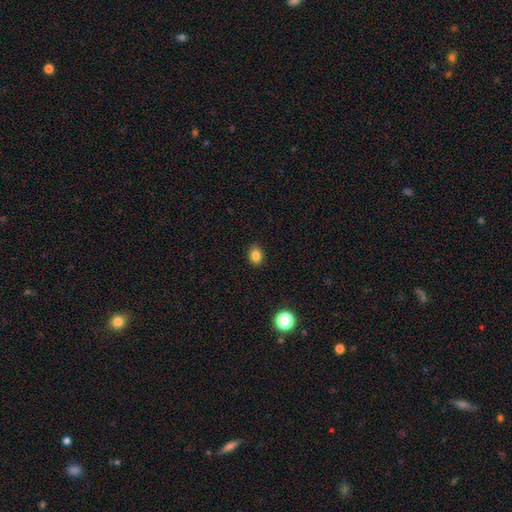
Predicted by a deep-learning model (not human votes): smooth_or_featured: smooth (p=0.83) [alt: star or artifact p=0.11]
how_rounded: in between (p=0.63) [alt: round p=0.36]
merging: none (p=0.87) [alt: minor disturbance p=0.10]